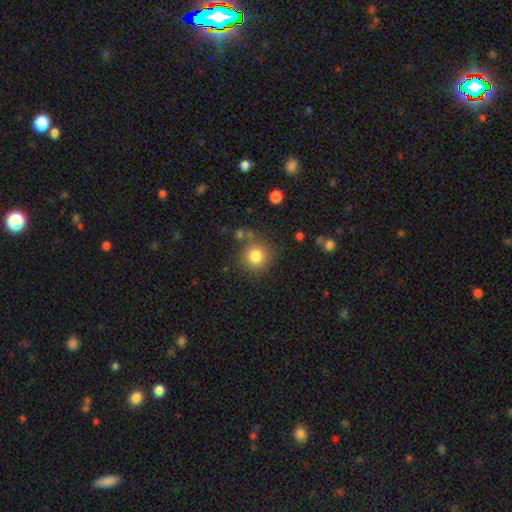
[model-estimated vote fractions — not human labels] Smooth or featured?
  - smooth: 82% *
  - star or artifact: 11%
  - featured or disk: 8%
How rounded?
  - round: 92% *
  - in between: 7%
  - cigar-shaped: 1%
Merging?
  - none: 78% *
  - minor disturbance: 11%
  - merger: 7%
  - major disturbance: 4%